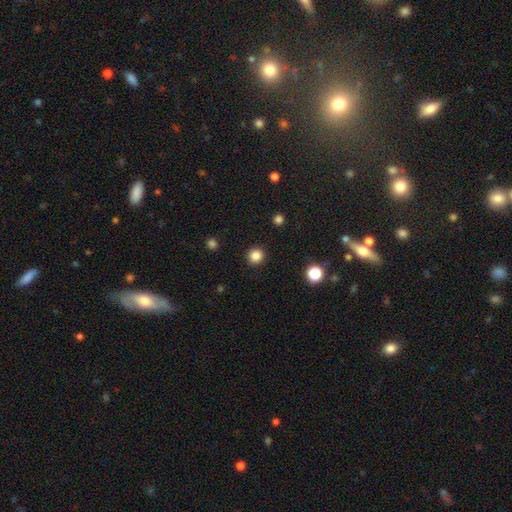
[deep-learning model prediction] smooth_or_featured: smooth (p=0.85) [alt: star or artifact p=0.12]
how_rounded: round (p=0.92) [alt: in between p=0.07]
merging: none (p=0.92) [alt: minor disturbance p=0.05]